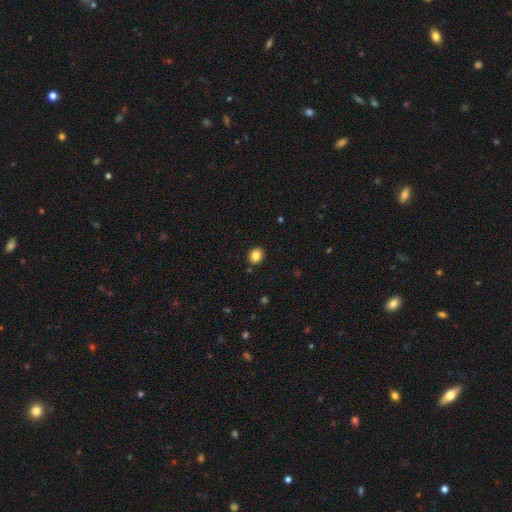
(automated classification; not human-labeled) Morphology: type=smooth (84%); roundness=round (71%); merging=none (90%).